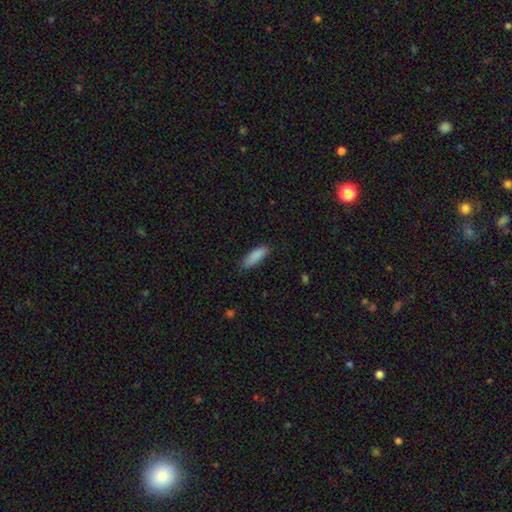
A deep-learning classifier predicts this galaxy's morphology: Smooth or featured? smooth (88%)
How rounded? in between (53%)
Merging? none (82%)